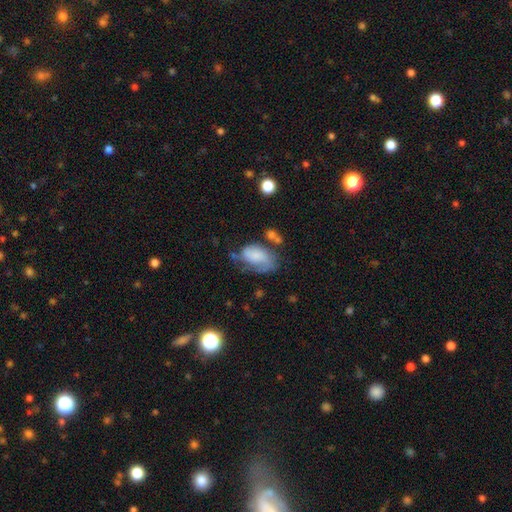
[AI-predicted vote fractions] Morphology: type=smooth (52%); roundness=in between (88%); merging=none (33%).